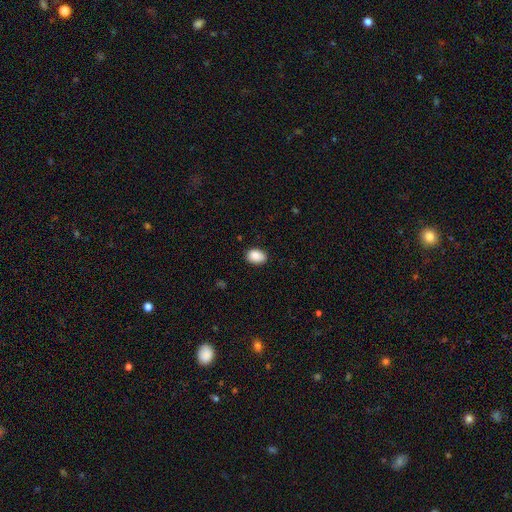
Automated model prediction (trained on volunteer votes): Smooth or featured?
  - smooth: 89% *
  - star or artifact: 7%
  - featured or disk: 3%
How rounded?
  - in between: 81% *
  - round: 18%
  - cigar-shaped: 1%
Merging?
  - none: 86% *
  - minor disturbance: 11%
  - major disturbance: 2%
  - merger: 1%